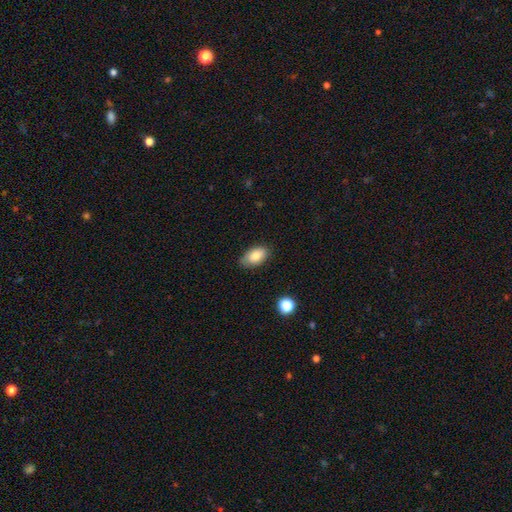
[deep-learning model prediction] Overall: smooth (82%). How rounded: in between (92%). Merging: none (78%).